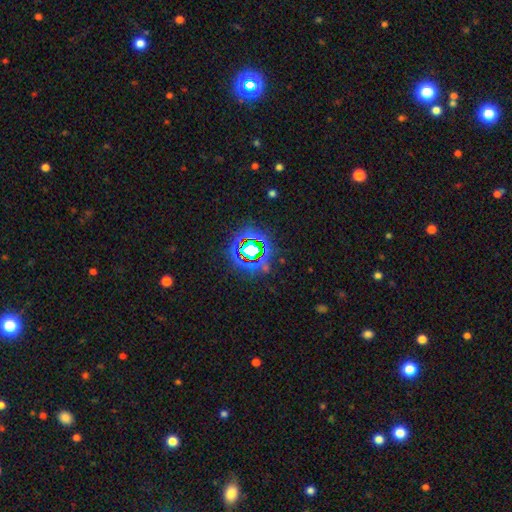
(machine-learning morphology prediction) Smooth or featured?
  - star or artifact: 78% *
  - smooth: 13%
  - featured or disk: 9%